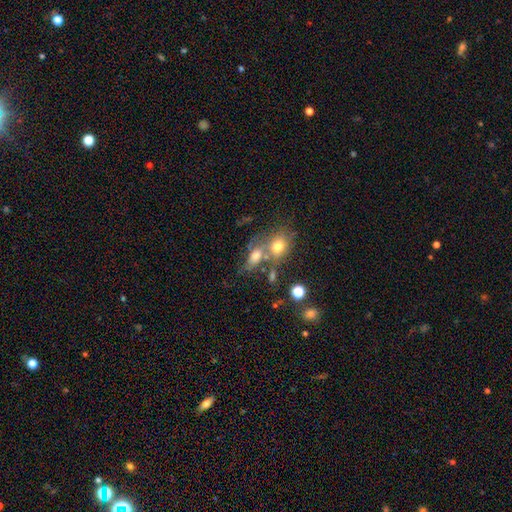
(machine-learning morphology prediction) A smooth galaxy with no disk features (60%) that is in between round and cigar-shaped (74%). Merging: merger (47%).